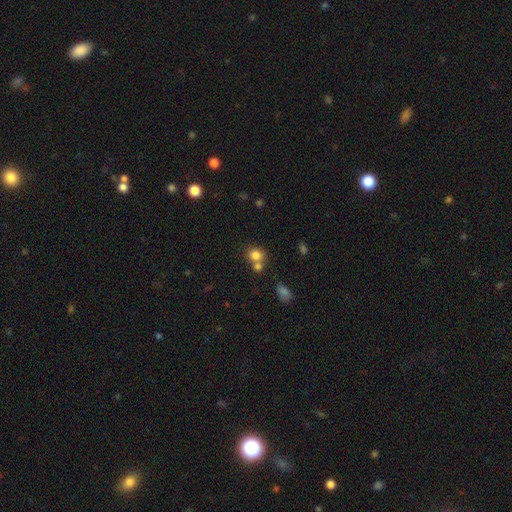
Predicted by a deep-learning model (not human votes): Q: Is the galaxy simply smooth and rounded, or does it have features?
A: smooth — 81%.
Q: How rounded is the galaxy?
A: round — 71%.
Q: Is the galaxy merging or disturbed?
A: none — 48%.